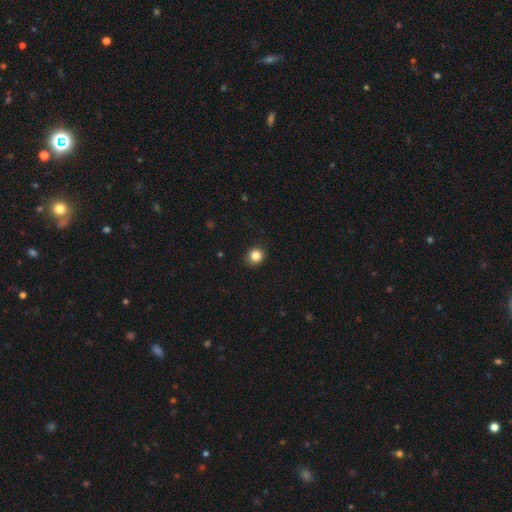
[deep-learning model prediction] Smooth or featured: smooth — 85% (star or artifact — 11%)
How rounded: round — 88% (in between — 11%)
Merging: none — 91% (minor disturbance — 7%)